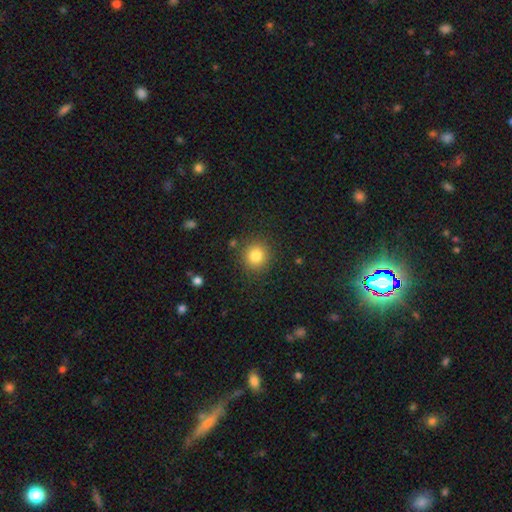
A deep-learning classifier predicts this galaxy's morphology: type=smooth (83%); roundness=round (91%); merging=none (88%).